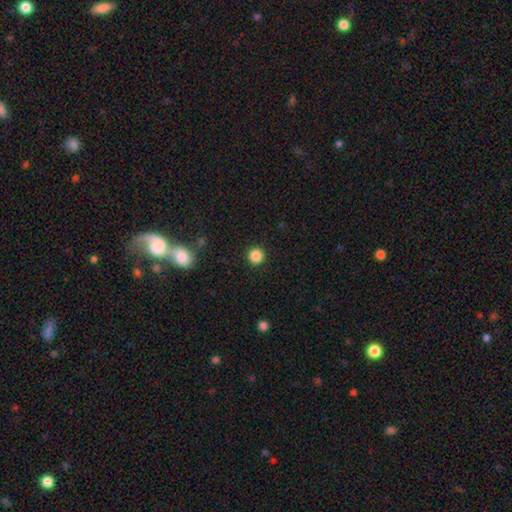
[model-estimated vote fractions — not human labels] Overall: smooth (86%). How rounded: round (96%). Merging: none (92%).